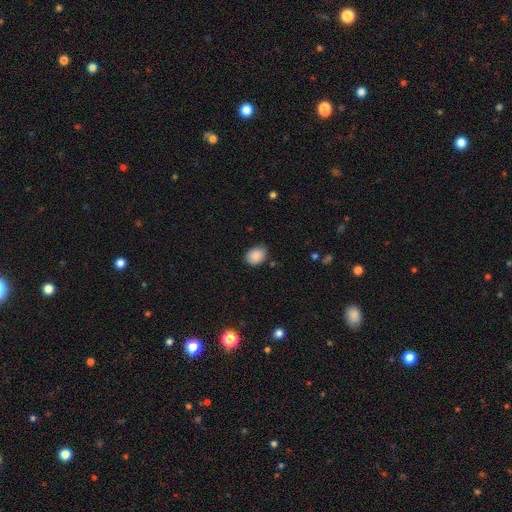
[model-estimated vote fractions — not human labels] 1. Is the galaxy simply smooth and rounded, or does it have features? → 88% smooth, 8% star or artifact, 4% featured or disk.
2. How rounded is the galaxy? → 65% in between, 34% round, 1% cigar-shaped.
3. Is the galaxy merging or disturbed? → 78% none, 18% minor disturbance, 3% major disturbance, 1% merger.